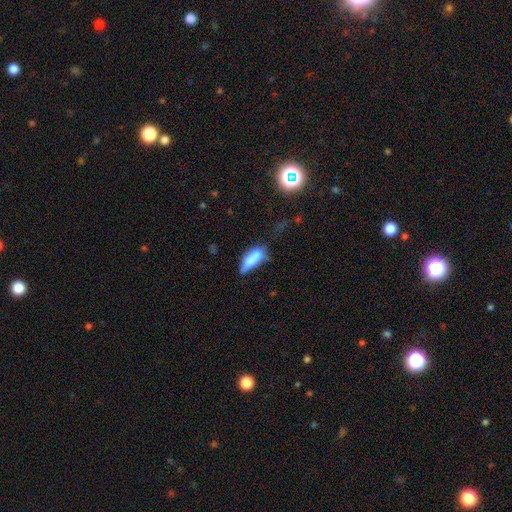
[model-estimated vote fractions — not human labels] The model was most divided on "merging": none: 29%, merger: 27%, minor disturbance: 26%, major disturbance: 18%. More confident: smooth or featured — smooth (68%); how rounded — in between (66%).